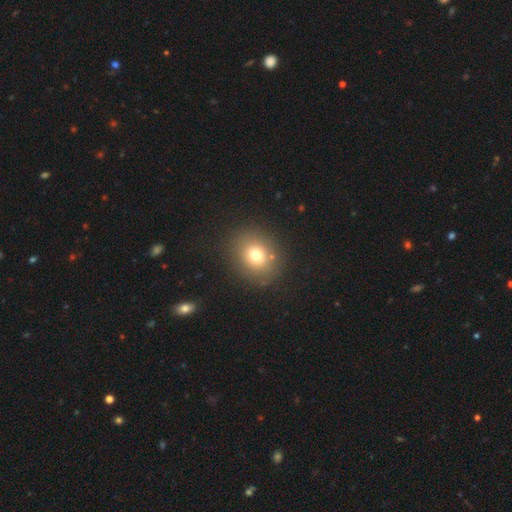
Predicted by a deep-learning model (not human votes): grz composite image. It shows a smooth galaxy with no disk features (74%) that is round (69%). Merging: none (84%).